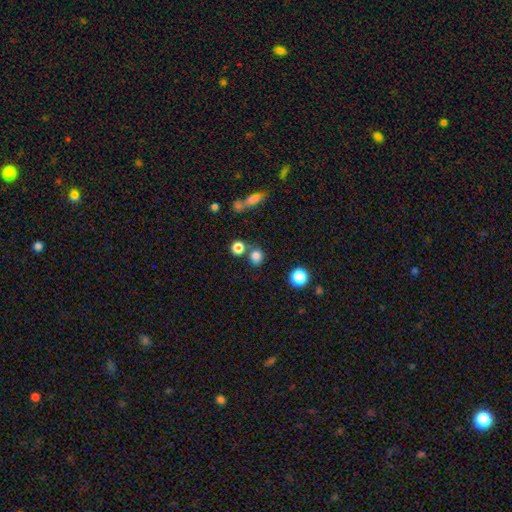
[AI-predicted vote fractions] Overall: smooth (80%). How rounded: round (79%). Merging: none (68%).